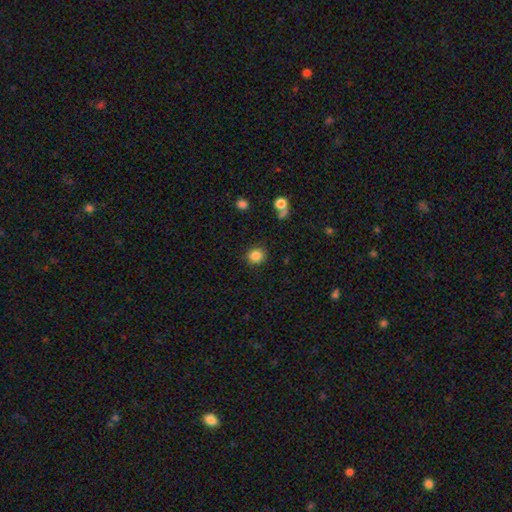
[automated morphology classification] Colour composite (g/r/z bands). It shows a smooth galaxy with no disk features (85%) that is round (87%). Merging: none (86%).